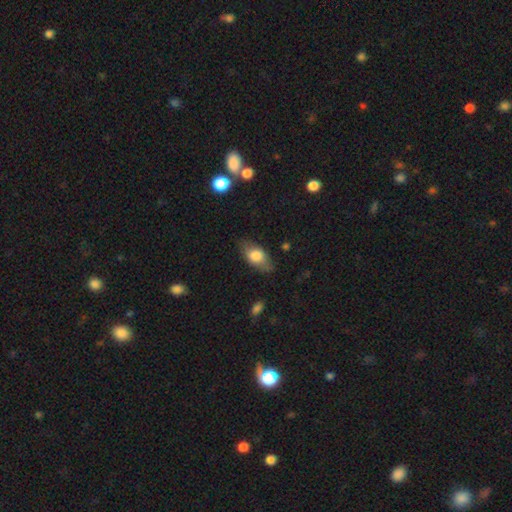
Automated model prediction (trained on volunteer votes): Smooth or featured?
  - smooth: 72% *
  - featured or disk: 21%
  - star or artifact: 7%
How rounded?
  - in between: 87% *
  - round: 7%
  - cigar-shaped: 7%
Merging?
  - none: 77% *
  - minor disturbance: 17%
  - major disturbance: 5%
  - merger: 1%